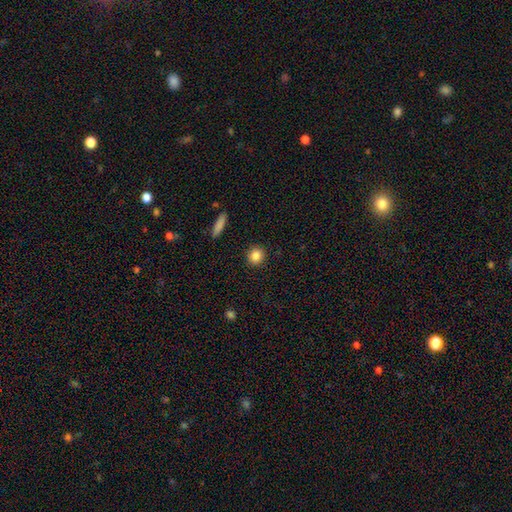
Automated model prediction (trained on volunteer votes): Q: Smooth or featured?
A: smooth (86%); runner-up: star or artifact (9%)
Q: How rounded?
A: round (88%); runner-up: in between (10%)
Q: Merging?
A: none (91%); runner-up: minor disturbance (6%)